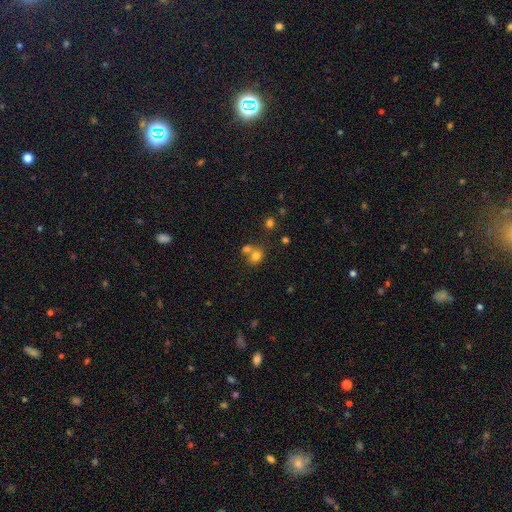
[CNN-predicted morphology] Overall: smooth (75%). How rounded: round (65%; in between 34%). Merging: none (44%; merger 43%).